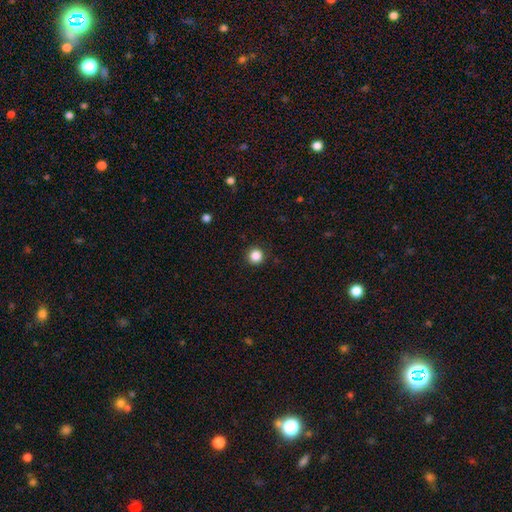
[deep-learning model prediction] smooth 86%, star or artifact 11%, featured or disk 3%. Down the decision tree: how rounded — round (95%); merging — none (92%).